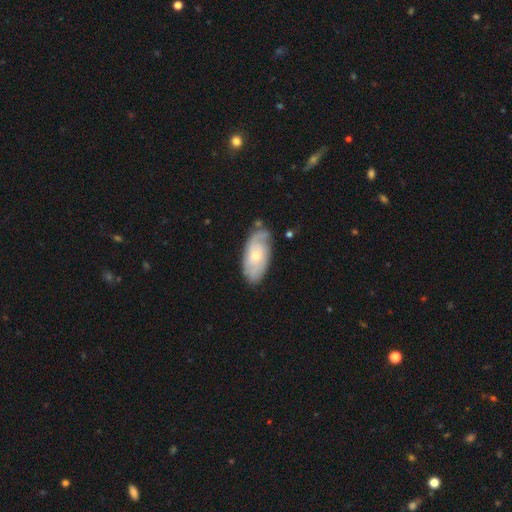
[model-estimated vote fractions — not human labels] Smooth or featured? Predicted: featured or disk (p=0.61). Edge-on disk? Predicted: no (p=0.92). Bar? Predicted: no (p=0.75). Spiral arms? Predicted: yes (p=0.84). Bulge size? Predicted: small (p=0.59). Merging? Predicted: none (p=0.67).